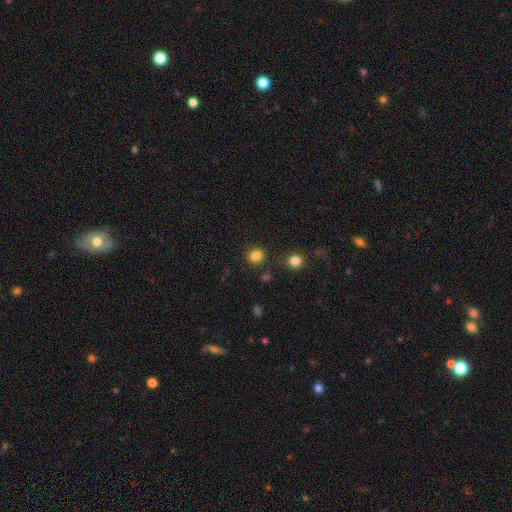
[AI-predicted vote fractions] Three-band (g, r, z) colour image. It shows a smooth galaxy with no disk features (84%) that is round (78%). Merging: none (84%).